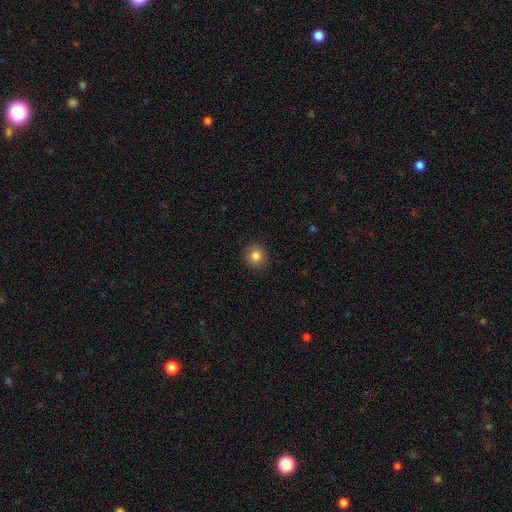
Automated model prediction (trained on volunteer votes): A smooth galaxy with no disk features (83%) that is round (89%).

Vote fractions:
- Smooth or featured? smooth: 83% / star or artifact: 11% / featured or disk: 6%
- How rounded? round: 89% / in between: 10% / cigar-shaped: 1%
- Merging? none: 91% / minor disturbance: 6% / major disturbance: 2% / merger: 1%